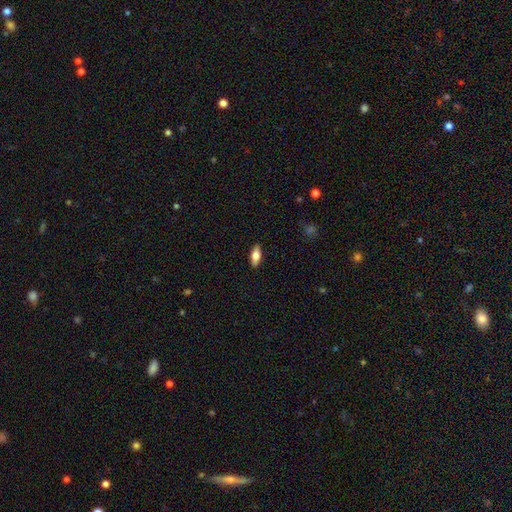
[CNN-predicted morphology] A smooth galaxy with no disk features (67%) that is in between round and cigar-shaped (78%).

Vote fractions:
- Smooth or featured? smooth: 67% / featured or disk: 27% / star or artifact: 6%
- How rounded? in between: 78% / cigar-shaped: 19% / round: 3%
- Merging? none: 89% / minor disturbance: 8% / major disturbance: 2% / merger: 1%